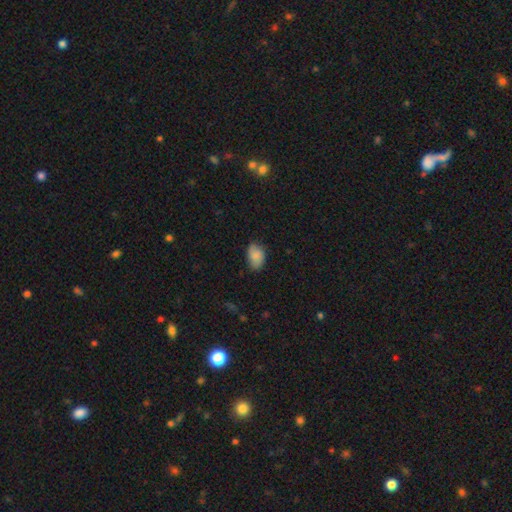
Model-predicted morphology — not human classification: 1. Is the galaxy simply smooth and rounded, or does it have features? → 86% smooth, 7% star or artifact, 7% featured or disk.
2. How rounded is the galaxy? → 87% in between, 12% round, 1% cigar-shaped.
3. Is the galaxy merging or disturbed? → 72% none, 23% minor disturbance, 4% major disturbance, 1% merger.